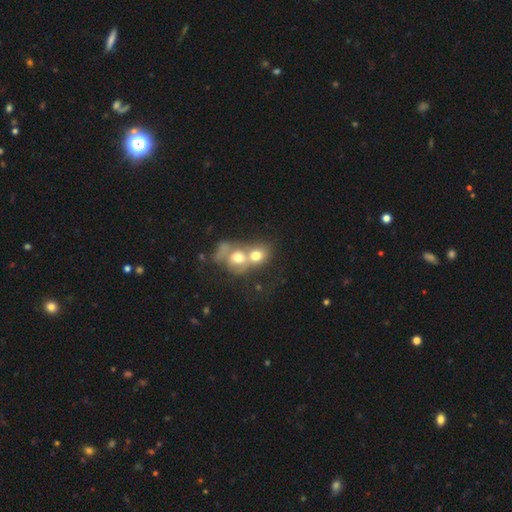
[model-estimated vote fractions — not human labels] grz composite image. It shows a smooth galaxy with no disk features (62%) that is round (65%). Merging: merger (72%).